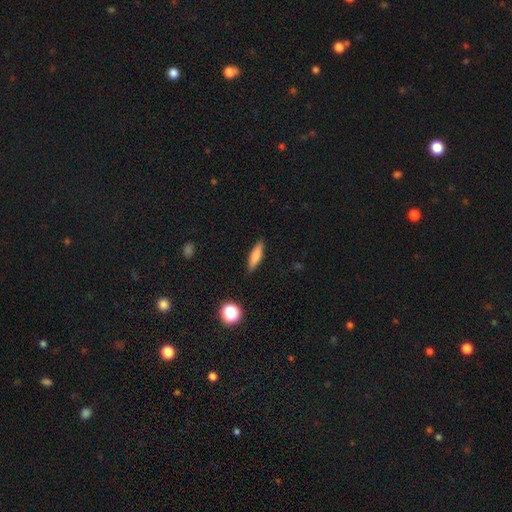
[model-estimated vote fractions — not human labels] smooth 76%, featured or disk 16%, star or artifact 7%. Down the decision tree: how rounded — cigar-shaped (71%); merging — none (88%).